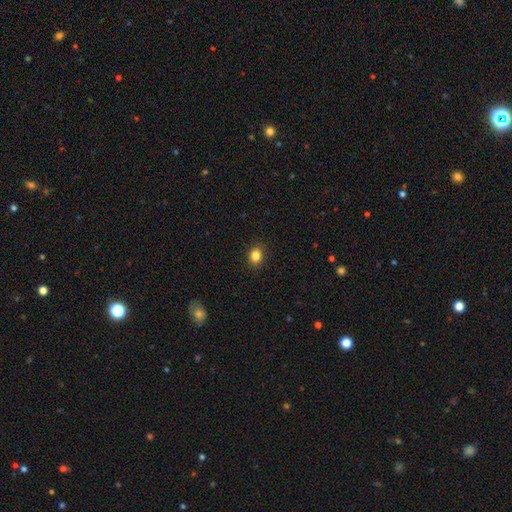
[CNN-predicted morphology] The model was most divided on "how rounded": round: 67%, in between: 32%, cigar-shaped: 1%. More confident: merging — none (90%); smooth or featured — smooth (84%).